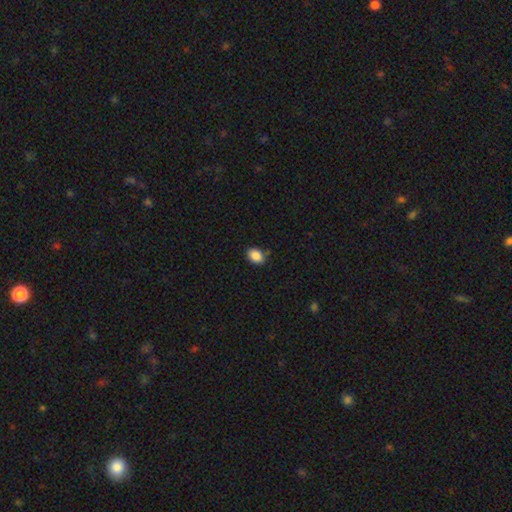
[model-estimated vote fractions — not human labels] This is clearly a smooth galaxy (88%). How rounded: likely in between (71%). Merging: clearly none (81%).